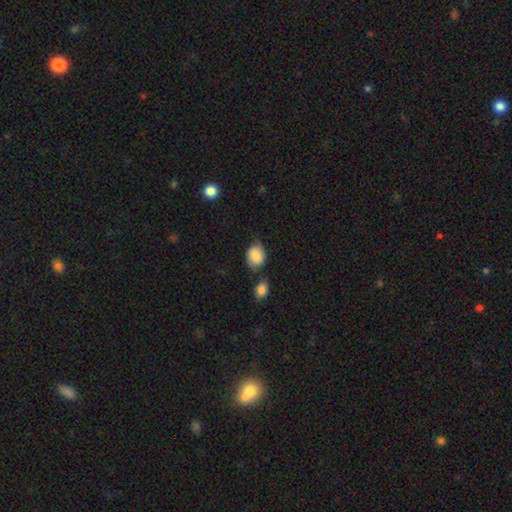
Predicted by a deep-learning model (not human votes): This is clearly a smooth galaxy (84%). How rounded: possibly in between (55%). Merging: possibly none (57%).